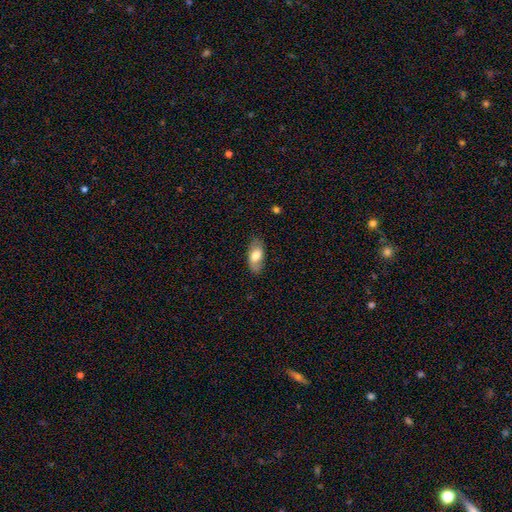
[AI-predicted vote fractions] The model was most divided on "smooth or featured": smooth: 71%, featured or disk: 22%, star or artifact: 6%. More confident: how rounded — in between (89%); merging — none (79%).